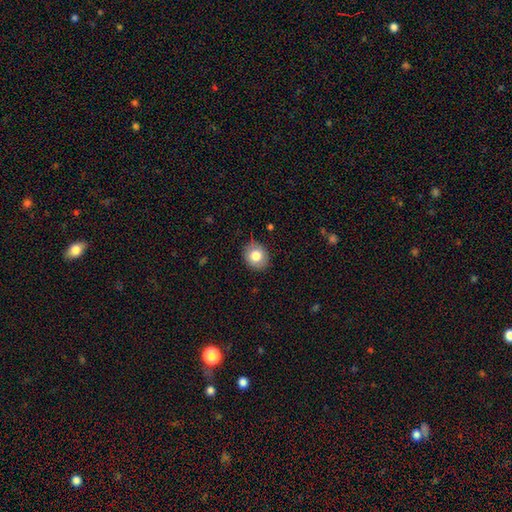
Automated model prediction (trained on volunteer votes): Smooth or featured: smooth — 79% (featured or disk — 12%)
How rounded: round — 66% (in between — 33%)
Merging: none — 87% (minor disturbance — 10%)